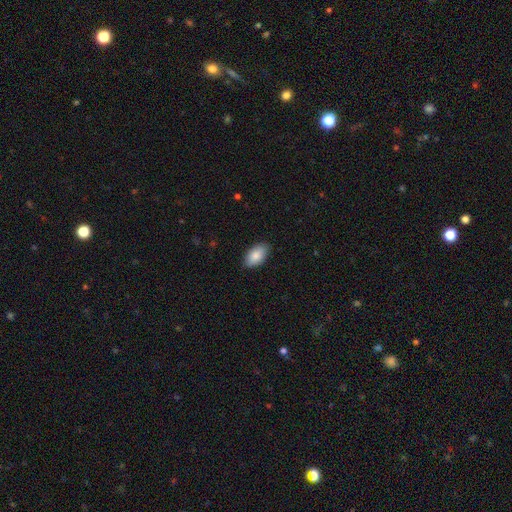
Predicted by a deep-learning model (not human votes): This appears to be a smooth galaxy with no disk features (86%) that is in between round and cigar-shaped (94%). Merging: none (84%).